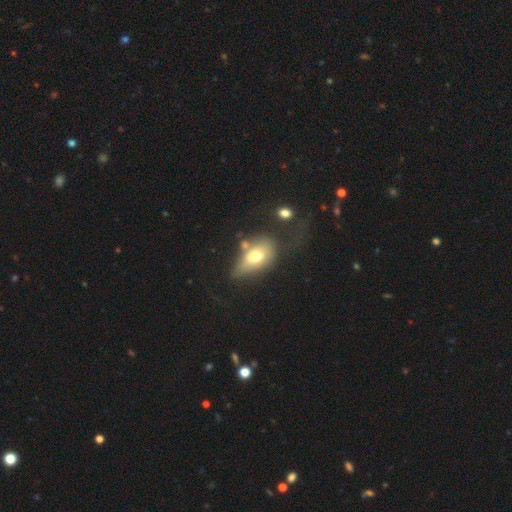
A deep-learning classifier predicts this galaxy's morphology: smooth 65%, featured or disk 26%, star or artifact 9%. Down the decision tree: how rounded — in between (84%); merging — none (37%).